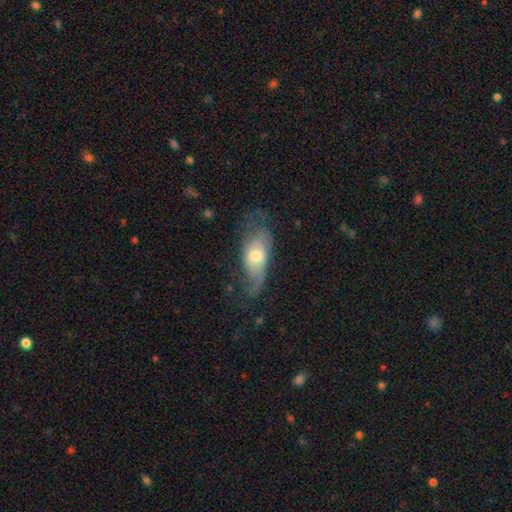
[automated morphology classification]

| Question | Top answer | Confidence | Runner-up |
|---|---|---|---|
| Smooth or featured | featured or disk | 58% | smooth (35%) |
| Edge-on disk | no | 84% | yes (16%) |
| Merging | none | 47% | minor disturbance (28%) |